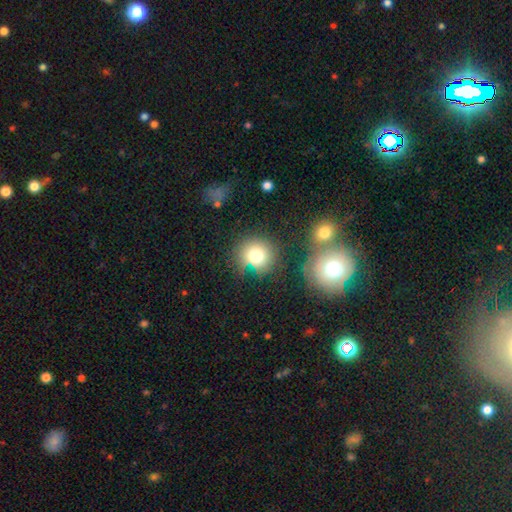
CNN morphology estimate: This is likely a smooth galaxy (77%). How rounded: clearly round (87%). Merging: likely none (69%).